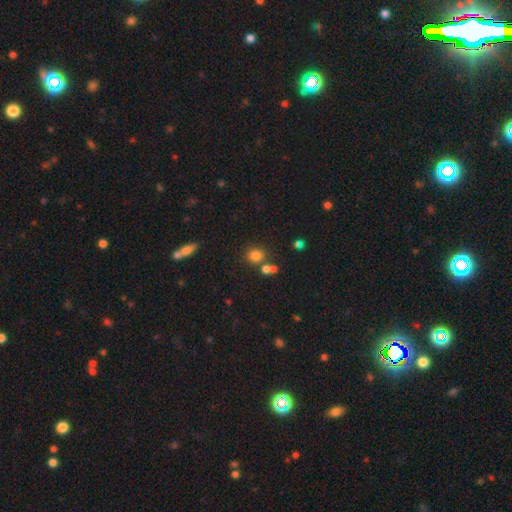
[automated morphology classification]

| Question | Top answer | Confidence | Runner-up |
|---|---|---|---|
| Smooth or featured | smooth | 77% | star or artifact (15%) |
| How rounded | round | 80% | in between (18%) |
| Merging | none | 68% | merger (19%) |